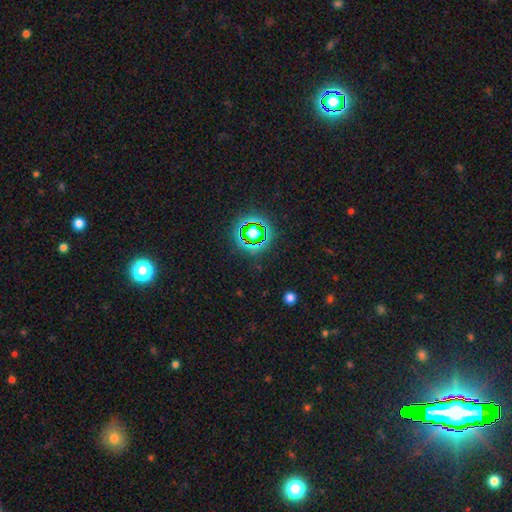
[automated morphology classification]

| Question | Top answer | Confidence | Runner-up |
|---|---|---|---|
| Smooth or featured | star or artifact | 77% | smooth (15%) |